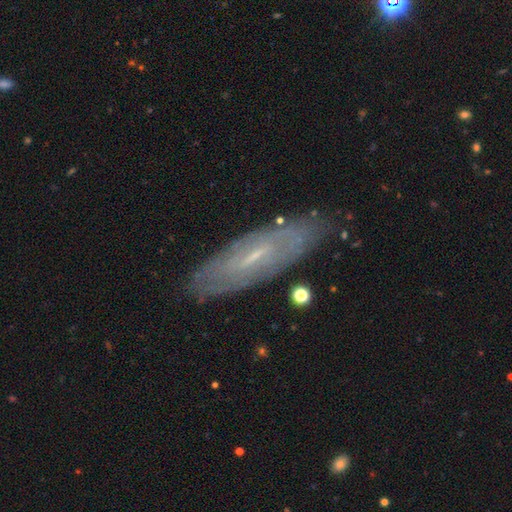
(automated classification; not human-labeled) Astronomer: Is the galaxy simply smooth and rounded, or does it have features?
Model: featured or disk — 69%.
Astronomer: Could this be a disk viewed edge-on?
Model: no — 72%.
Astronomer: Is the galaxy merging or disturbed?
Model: none — 82%.